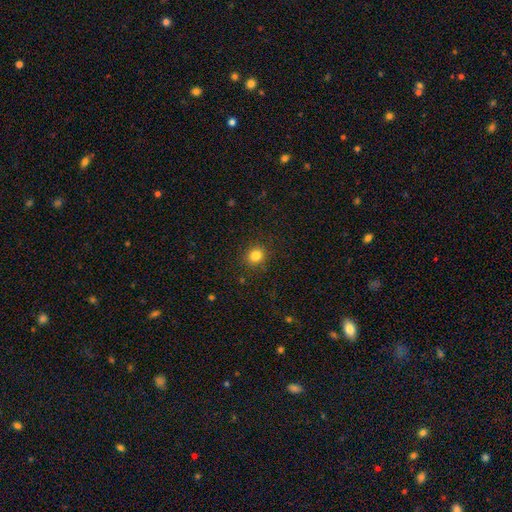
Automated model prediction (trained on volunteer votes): A smooth galaxy with no disk features (83%) that is round (84%).

Vote fractions:
- Smooth or featured? smooth: 83% / star or artifact: 12% / featured or disk: 5%
- How rounded? round: 84% / in between: 15% / cigar-shaped: 1%
- Merging? none: 90% / minor disturbance: 7% / major disturbance: 2% / merger: 1%